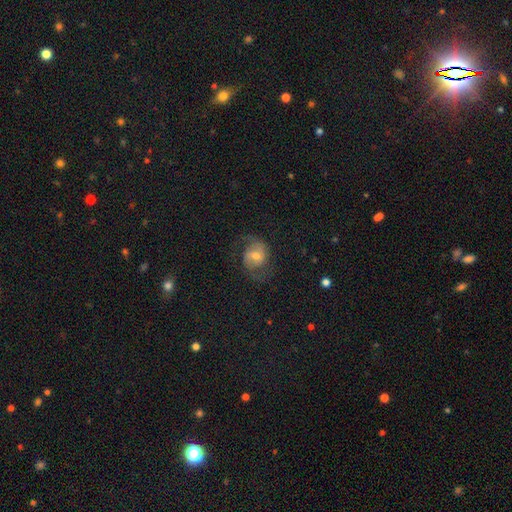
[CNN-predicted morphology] smooth-or-featured: featured or disk: 69% | smooth: 22% | star or artifact: 9%
  disk-edge-on: no: 97% | yes: 3%
    bar: weak: 45% | no: 42% | strong: 13%
    has-spiral-arms: yes: 91% | no: 9%
      spiral-winding: medium: 48% | loose: 39% | tight: 13%
      spiral-arm-count: 2: 88% | can't tell: 5% | 1: 3% | 3: 1% | 4: 1% | more than 4: 1%
    bulge-size: moderate: 59% | small: 30% | large: 7% | none: 3% | dominant: 1%
  merging: none: 69% | minor disturbance: 17% | major disturbance: 13% | merger: 1%